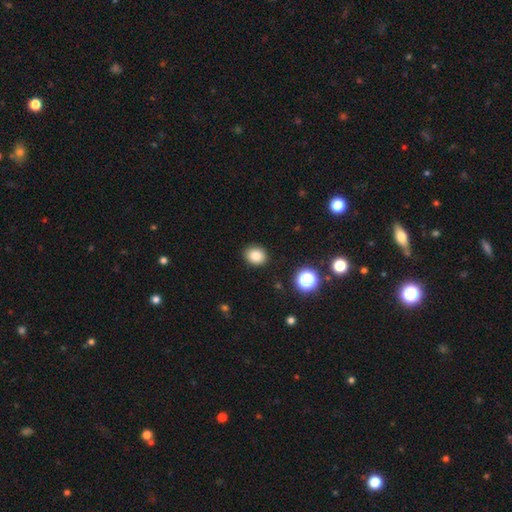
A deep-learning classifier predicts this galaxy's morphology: smooth_or_featured: smooth (p=0.83) [alt: star or artifact p=0.12]
how_rounded: round (p=0.66) [alt: in between p=0.33]
merging: none (p=0.89) [alt: minor disturbance p=0.07]